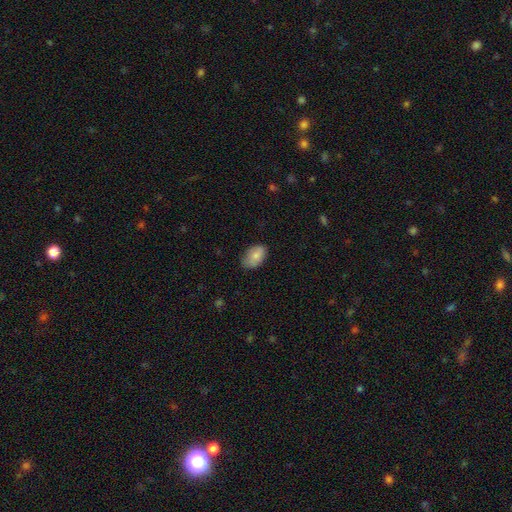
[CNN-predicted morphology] Smooth or featured? Predicted: smooth (p=0.83). How rounded? Predicted: in between (p=0.91). Merging? Predicted: none (p=0.70).